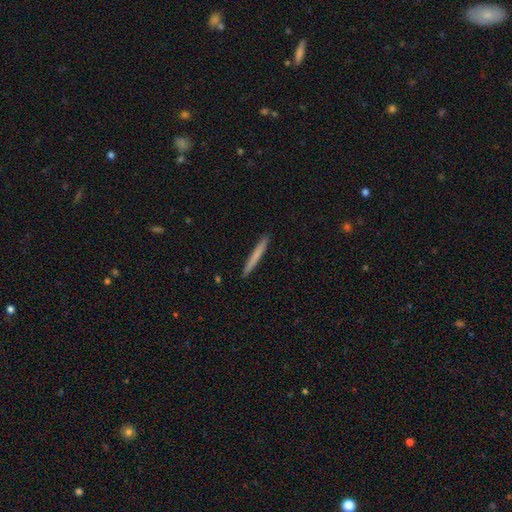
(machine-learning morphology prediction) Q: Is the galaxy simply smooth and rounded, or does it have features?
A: smooth — 68%.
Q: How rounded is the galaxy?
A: cigar-shaped — 97%.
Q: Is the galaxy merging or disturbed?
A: none — 93%.